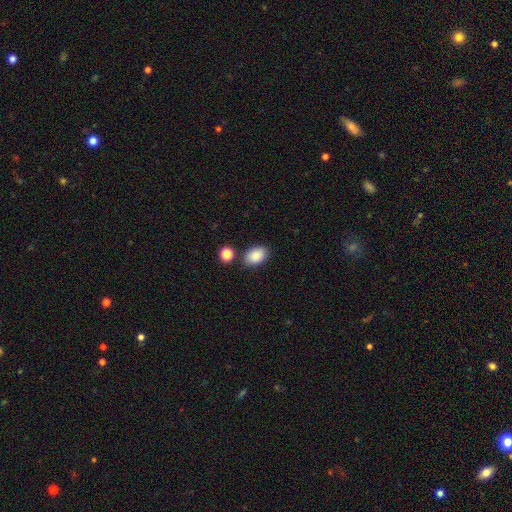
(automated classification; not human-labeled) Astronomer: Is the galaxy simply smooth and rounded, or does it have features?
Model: smooth — 86%.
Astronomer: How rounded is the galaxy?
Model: in between — 89%.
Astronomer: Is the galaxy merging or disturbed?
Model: none — 81%.